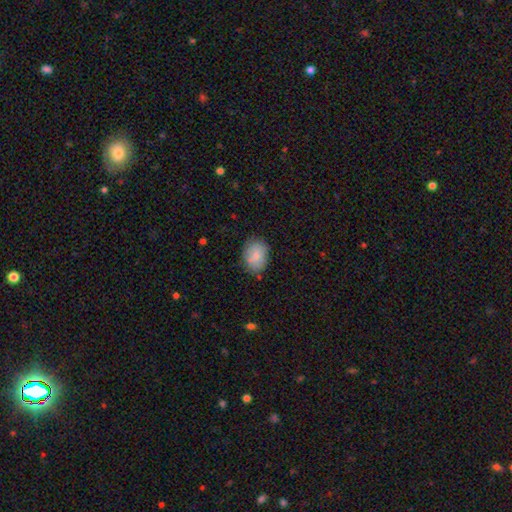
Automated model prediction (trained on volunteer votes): This is clearly a smooth galaxy (86%). How rounded: likely in between (78%). Merging: likely none (77%).